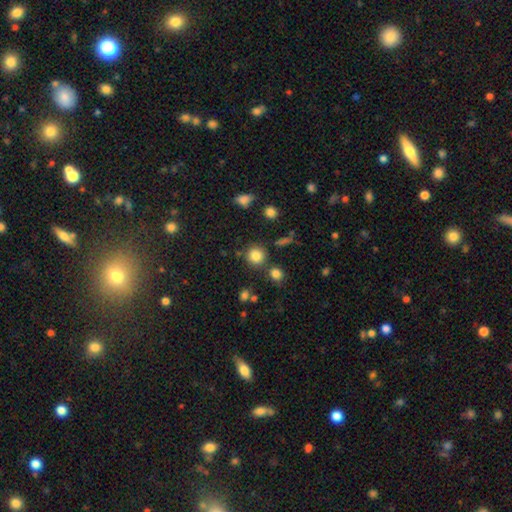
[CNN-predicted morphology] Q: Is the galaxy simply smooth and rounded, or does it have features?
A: smooth — 83%.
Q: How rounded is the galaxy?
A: round — 90%.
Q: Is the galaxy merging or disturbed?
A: none — 80%.